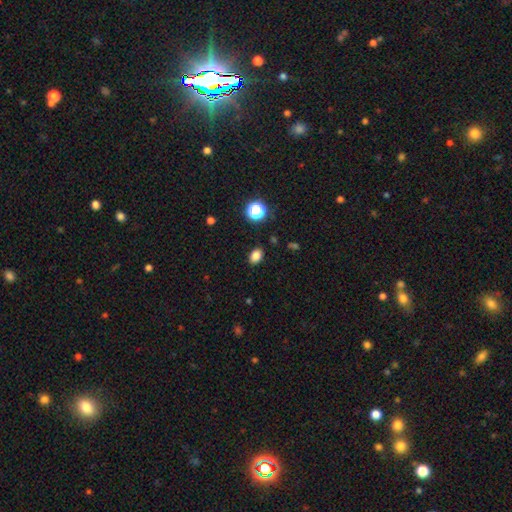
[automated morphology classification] Smooth or featured? smooth (83%)
How rounded? in between (78%)
Merging? none (88%)